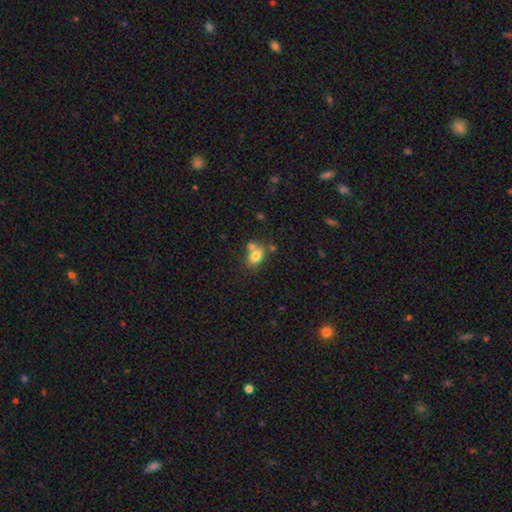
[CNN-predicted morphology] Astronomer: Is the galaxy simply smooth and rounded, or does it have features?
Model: smooth — 77%.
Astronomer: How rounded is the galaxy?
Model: in between — 78%.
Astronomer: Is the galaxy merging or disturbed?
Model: none — 48% (runner-up: merger, 34%).